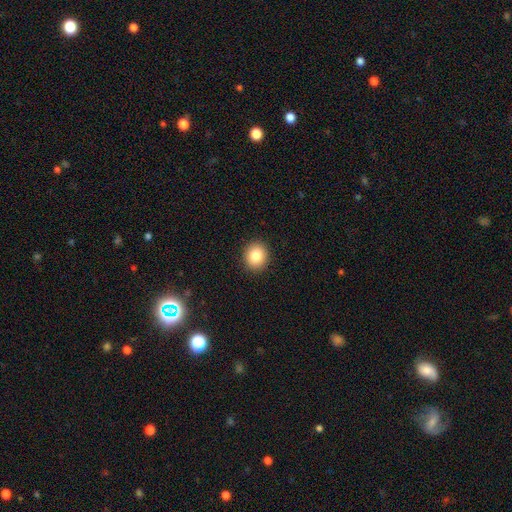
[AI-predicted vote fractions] Smooth or featured? Predicted: smooth (p=0.83). How rounded? Predicted: round (p=0.82). Merging? Predicted: none (p=0.92).